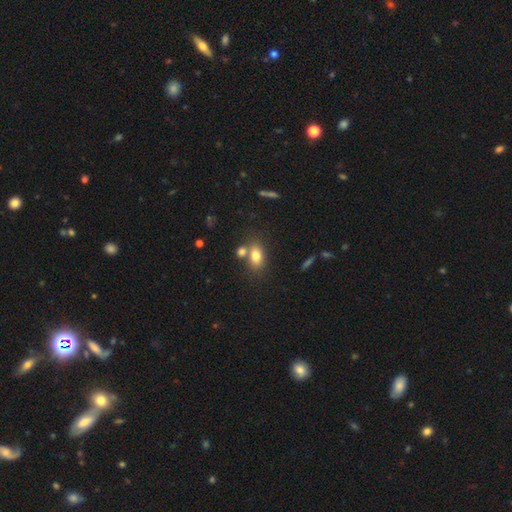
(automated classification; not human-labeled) Overall: smooth (78%). How rounded: in between (81%). Merging: none (56%; merger 28%).